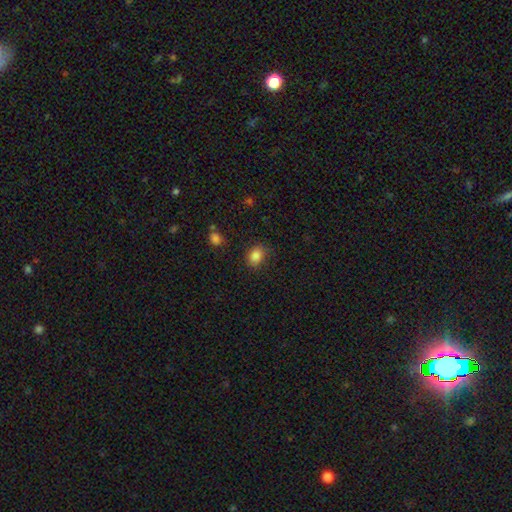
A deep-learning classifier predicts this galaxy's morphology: type=smooth (85%); roundness=in between (61%); merging=none (78%).